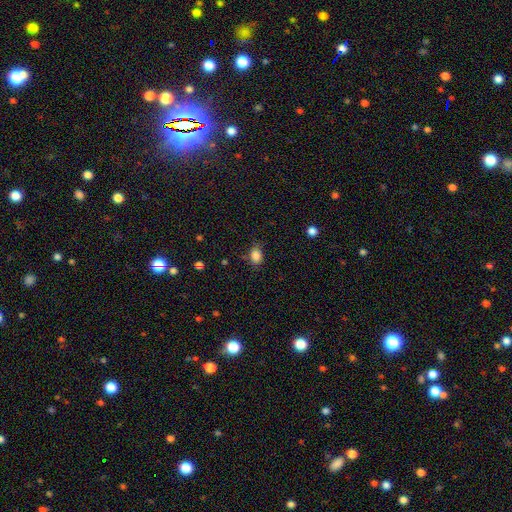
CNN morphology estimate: The model was most divided on "how rounded": in between: 66%, round: 32%, cigar-shaped: 1%. More confident: smooth or featured — smooth (84%); merging — none (71%).